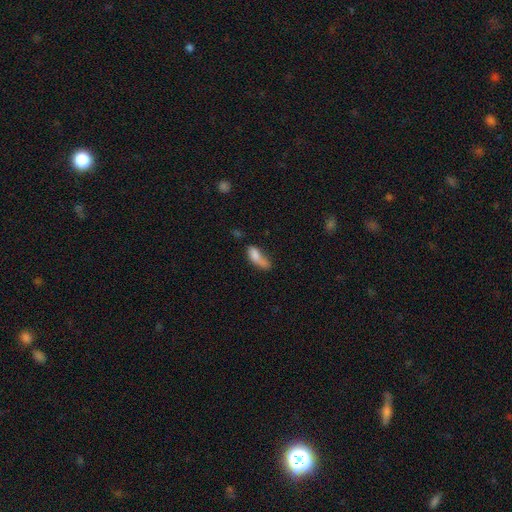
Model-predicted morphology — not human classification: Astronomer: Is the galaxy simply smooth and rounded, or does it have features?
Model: smooth — 75%.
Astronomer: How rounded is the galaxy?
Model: in between — 68%.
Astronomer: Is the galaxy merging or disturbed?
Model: none — 29% (runner-up: minor disturbance, 25%).